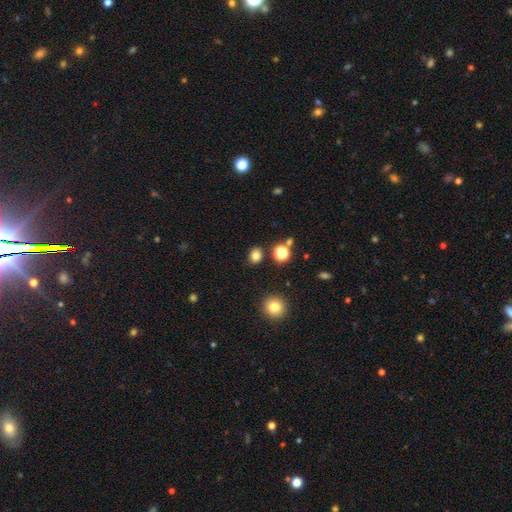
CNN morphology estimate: type=smooth (81%); roundness=round (59%); merging=none (87%).